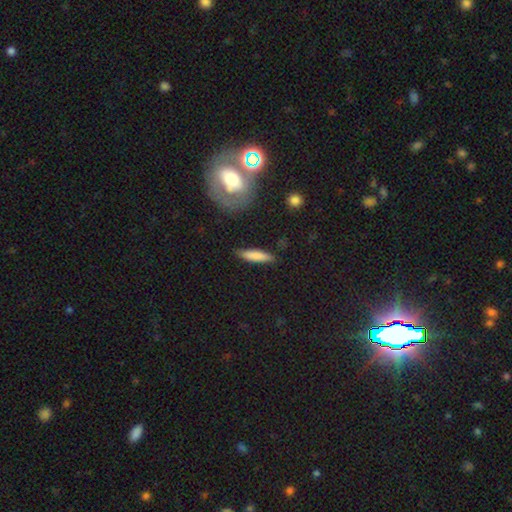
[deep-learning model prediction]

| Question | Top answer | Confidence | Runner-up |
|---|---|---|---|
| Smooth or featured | smooth | 81% | featured or disk (13%) |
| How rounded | cigar-shaped | 79% | in between (20%) |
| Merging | none | 85% | minor disturbance (10%) |